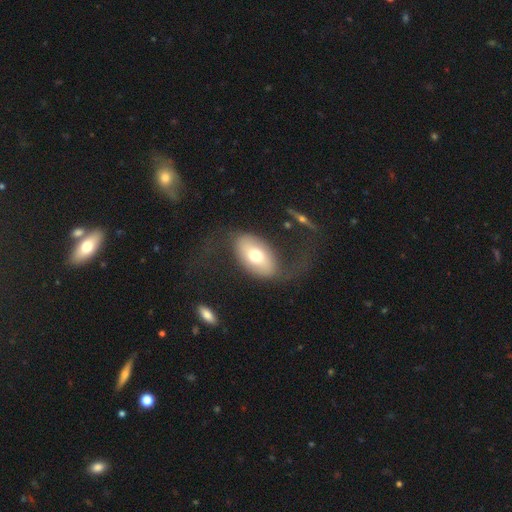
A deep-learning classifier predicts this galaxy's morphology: smooth_or_featured: smooth (p=0.51) [alt: featured or disk p=0.43]
how_rounded: in between (p=0.91) [alt: round p=0.07]
merging: none (p=0.55) [alt: major disturbance p=0.27]